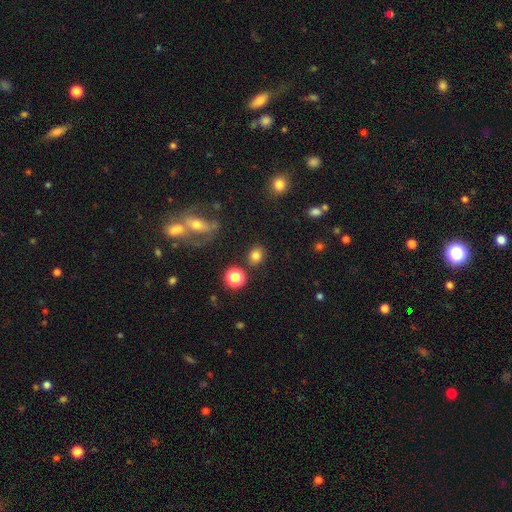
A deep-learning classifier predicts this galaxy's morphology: type=smooth (79%); roundness=round (67%); merging=none (83%).